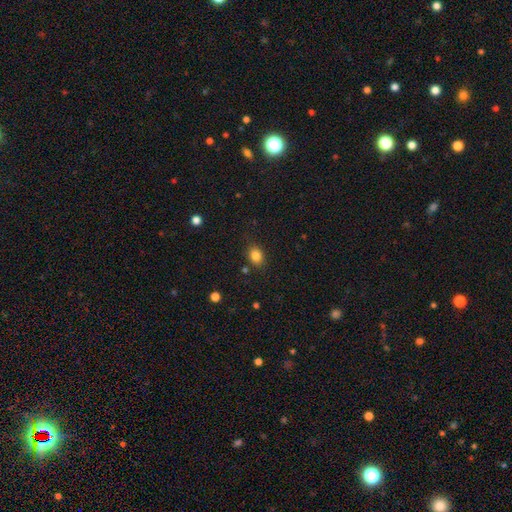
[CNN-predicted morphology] This is clearly a smooth galaxy (83%). How rounded: possibly in between (57%). Merging: clearly none (82%).